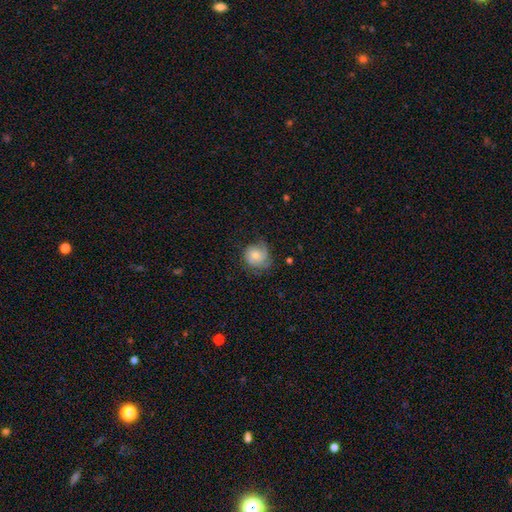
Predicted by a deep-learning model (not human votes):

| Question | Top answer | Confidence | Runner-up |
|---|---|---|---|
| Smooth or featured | smooth | 46% | tied: featured or disk (46%) |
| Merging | none | 57% | minor disturbance (26%) |